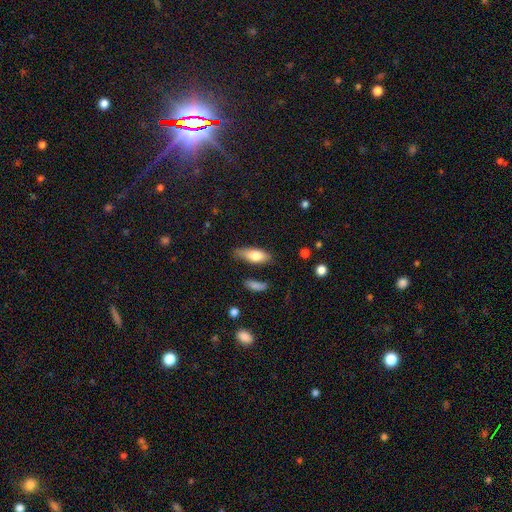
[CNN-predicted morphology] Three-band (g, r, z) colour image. It shows a smooth galaxy with no disk features (76%) that is in between round and cigar-shaped (68%). Merging: none (65%).